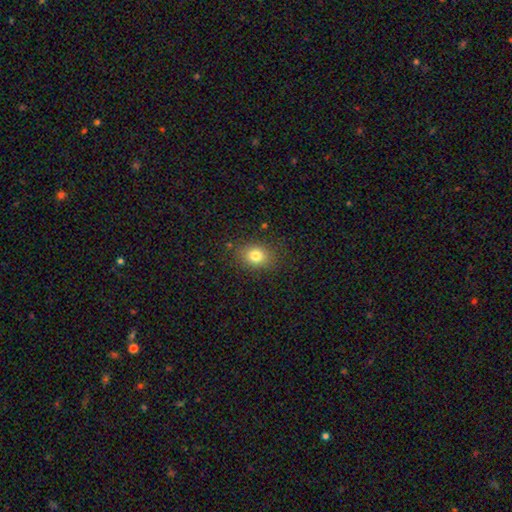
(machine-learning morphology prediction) A smooth galaxy with no disk features (79%) that is in between round and cigar-shaped (55%). Merging: none (84%).